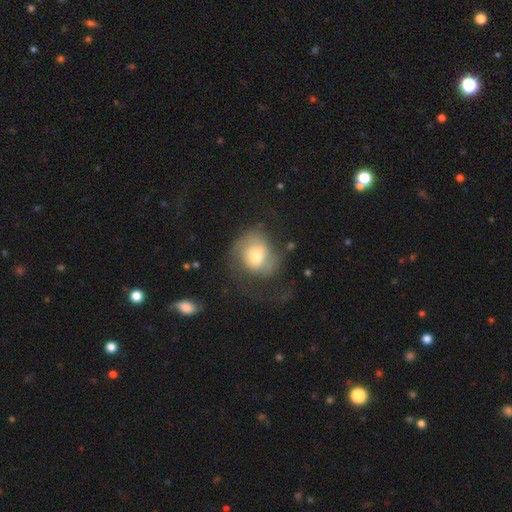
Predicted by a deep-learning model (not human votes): This is possibly a featured or disk galaxy (54%). It is clearly not viewed edge-on (97%). Bar: likely no (71%). Spiral arm pattern: likely yes (79%). Central bulge: likely moderate (64%). Merging: marginally none (43%).